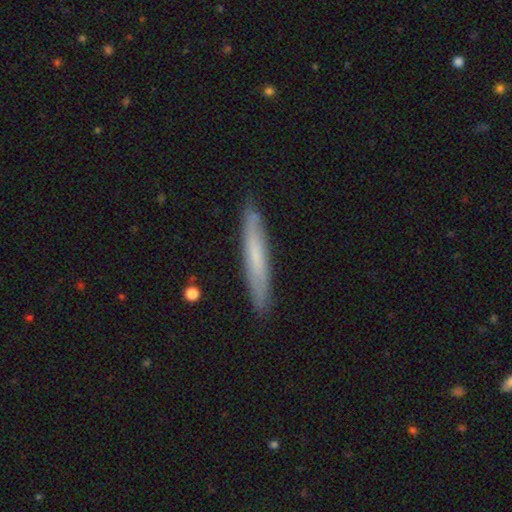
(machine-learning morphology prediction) Smooth or featured? Predicted: smooth (p=0.59). How rounded? Predicted: cigar-shaped (p=0.95). Merging? Predicted: none (p=0.88).